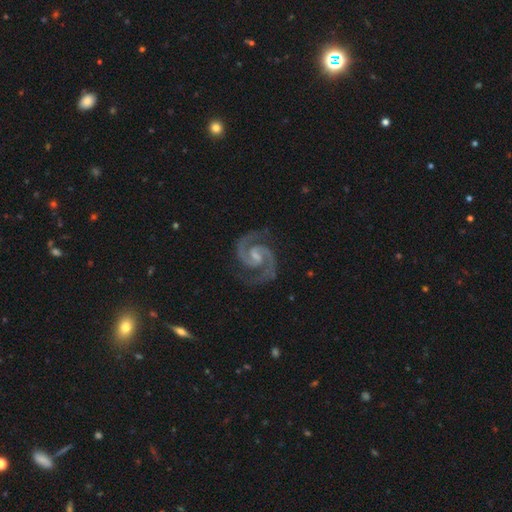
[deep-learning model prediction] Smooth or featured? featured or disk (95%)
Edge-on disk? no (98%)
Bar? weak (52%)
Spiral arms? yes (99%)
Spiral winding? medium (62%)
Spiral arm count? 2 (95%)
Bulge size? small (49%)
Merging? none (84%)